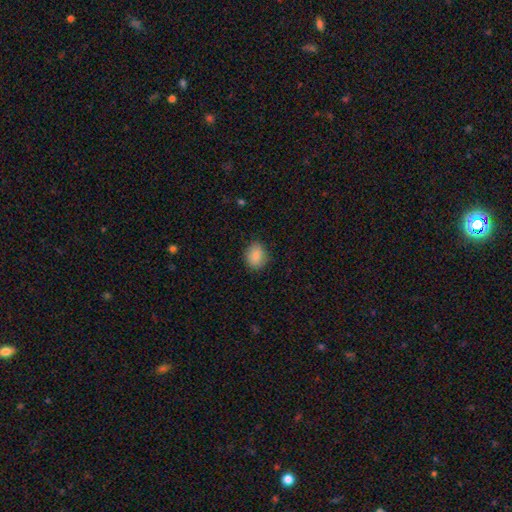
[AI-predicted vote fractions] smooth_or_featured: smooth (p=0.86) [alt: star or artifact p=0.08]
how_rounded: in between (p=0.57) [alt: round p=0.41]
merging: none (p=0.84) [alt: minor disturbance p=0.12]